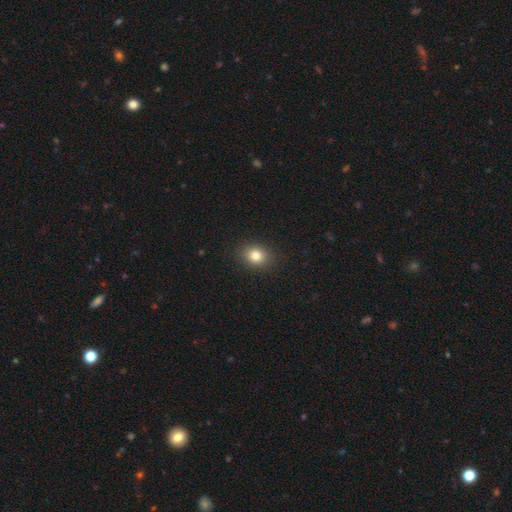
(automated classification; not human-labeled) smooth 81%, star or artifact 11%, featured or disk 7%. Down the decision tree: how rounded — round (50%); merging — none (89%).